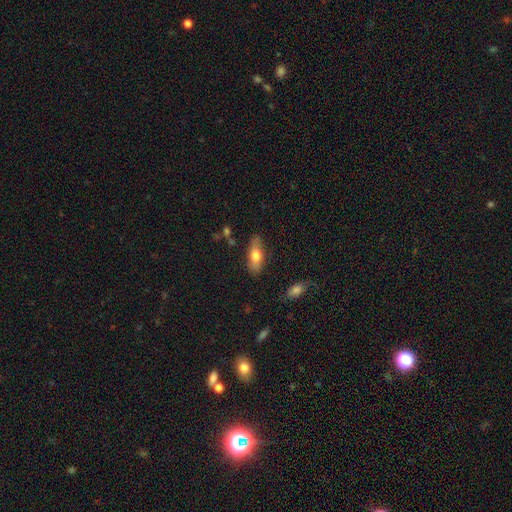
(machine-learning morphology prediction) smooth-or-featured: smooth: 69% | featured or disk: 25% | star or artifact: 6%
  how-rounded: in between: 69% | cigar-shaped: 27% | round: 3%
  merging: none: 82% | minor disturbance: 13% | major disturbance: 3% | merger: 2%